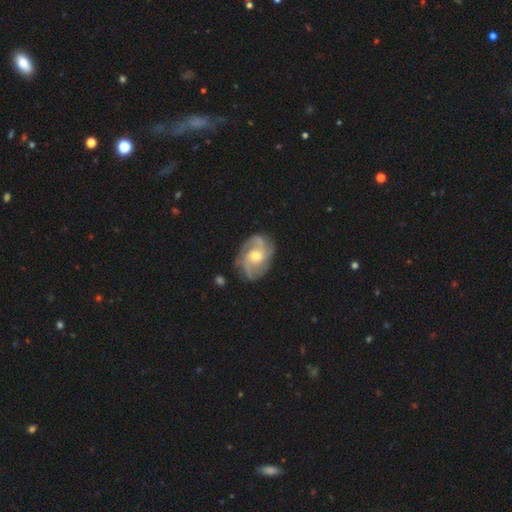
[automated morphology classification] A featured or disk galaxy (86%) with no bar (62%), 3 (39%) medium (47%) spiral arms (96%) and a moderate central bulge (62%).

Vote fractions:
- Smooth or featured? featured or disk: 86% / smooth: 9% / star or artifact: 5%
- Edge-on disk? no: 97% / yes: 3%
- Bar? no: 62% / weak: 32% / strong: 6%
- Spiral arms? yes: 96% / no: 4%
- Spiral winding? medium: 47% / tight: 34% / loose: 18%
- Spiral arm count? 3: 39% / 2: 29% / can't tell: 14% / 4: 9% / 1: 5% / more than 4: 5%
- Bulge size? moderate: 62% / small: 33% / large: 3% / none: 1% / dominant: 1%
- Merging? none: 75% / minor disturbance: 17% / major disturbance: 6% / merger: 1%